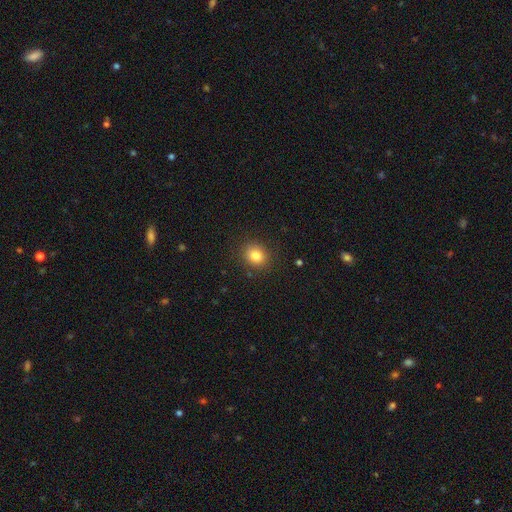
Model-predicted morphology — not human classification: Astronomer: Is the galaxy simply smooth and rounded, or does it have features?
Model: smooth — 82%.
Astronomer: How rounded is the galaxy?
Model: round — 71%.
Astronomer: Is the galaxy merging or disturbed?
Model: none — 88%.